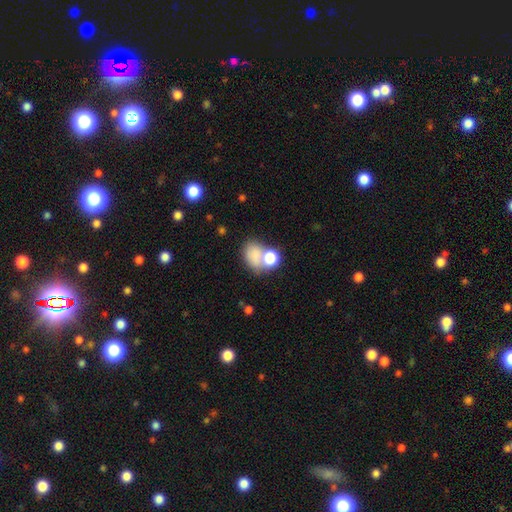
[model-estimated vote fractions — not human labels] smooth_or_featured: smooth (p=0.75) [alt: star or artifact p=0.13]
how_rounded: in between (p=0.60) [alt: round p=0.38]
merging: none (p=0.40) [alt: merger p=0.39]